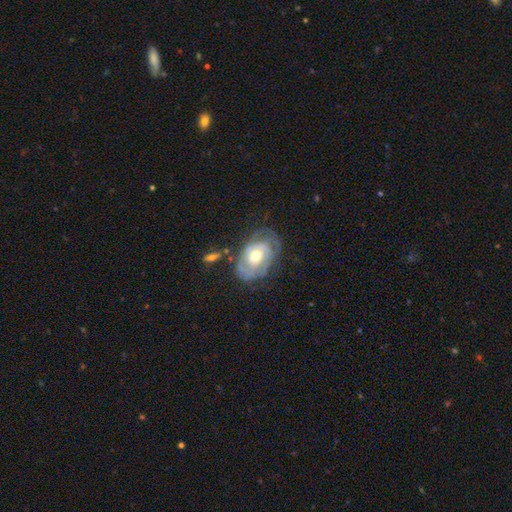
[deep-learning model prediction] Smooth or featured: featured or disk — 78% (smooth — 16%)
Edge-on disk: no — 96% (yes — 4%)
Bar: no — 69% (weak — 25%)
Spiral arms: yes — 85% (no — 15%)
Spiral winding: tight — 66% (medium — 26%)
Spiral arm count: can't tell — 44% (2 — 28%)
Bulge size: moderate — 70% (small — 20%)
Merging: none — 60% (minor disturbance — 24%)